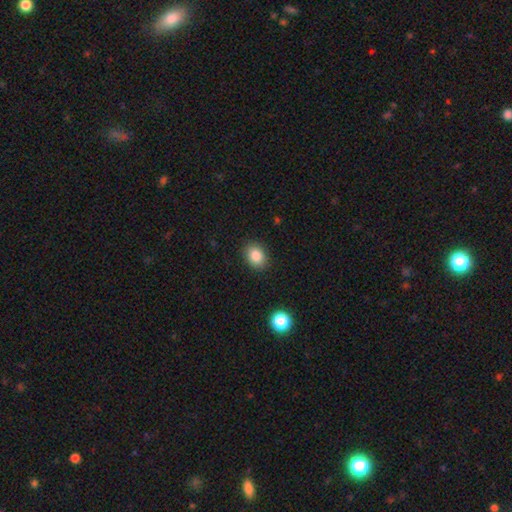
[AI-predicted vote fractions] Q: Smooth or featured?
A: smooth (85%); runner-up: star or artifact (9%)
Q: How rounded?
A: in between (59%); runner-up: round (40%)
Q: Merging?
A: none (88%); runner-up: minor disturbance (9%)